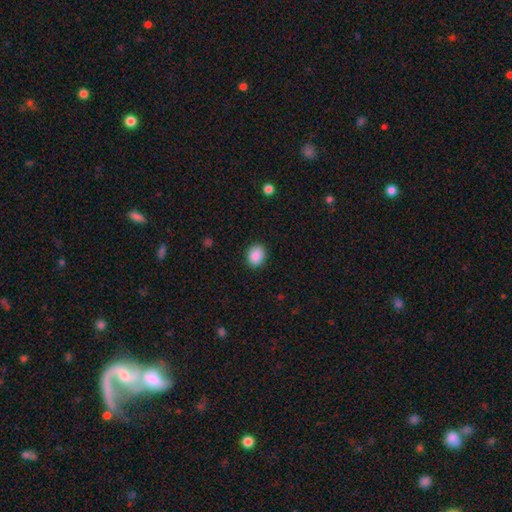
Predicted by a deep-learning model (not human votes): A smooth galaxy with no disk features (89%) that is in between round and cigar-shaped (57%). Merging: none (88%).